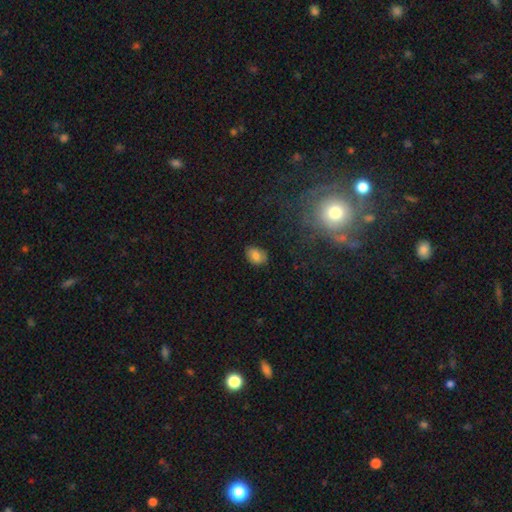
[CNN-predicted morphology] This appears to be a smooth galaxy with no disk features (78%) that is in between round and cigar-shaped (76%). Merging: none (79%).